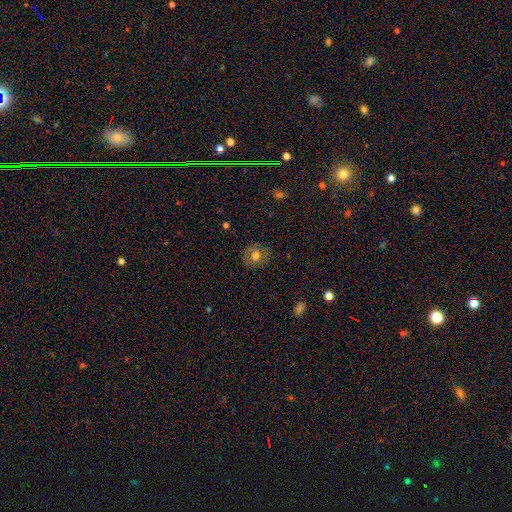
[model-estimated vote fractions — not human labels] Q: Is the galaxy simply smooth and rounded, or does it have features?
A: smooth — 55%.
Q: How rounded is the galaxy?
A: round — 82%.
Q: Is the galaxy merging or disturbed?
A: none — 83%.